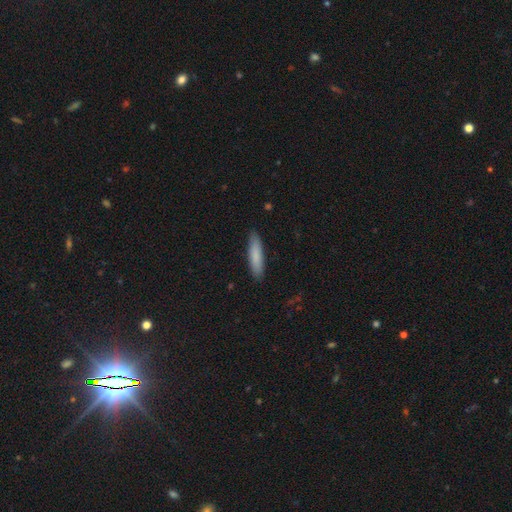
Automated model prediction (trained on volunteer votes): Smooth or featured? Predicted: smooth (p=0.83). How rounded? Predicted: cigar-shaped (p=0.79). Merging? Predicted: none (p=0.89).